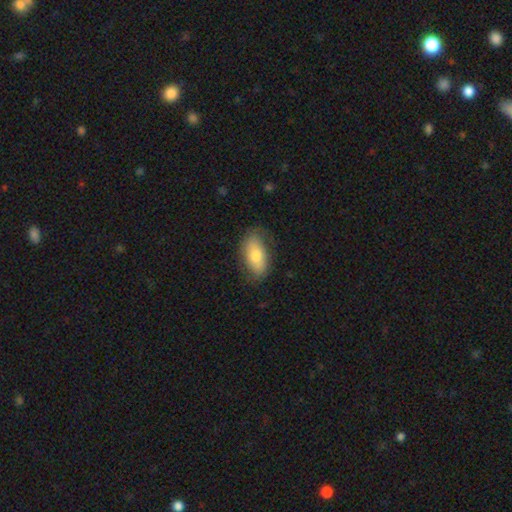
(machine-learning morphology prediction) A smooth galaxy with no disk features (71%) that is in between round and cigar-shaped (91%). Merging: none (76%).